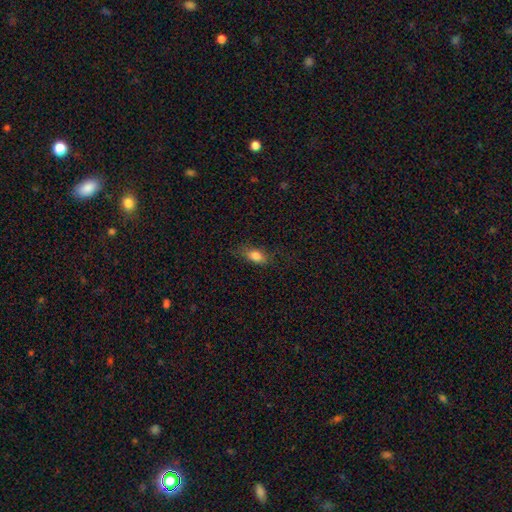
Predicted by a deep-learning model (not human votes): This appears to be a smooth galaxy with no disk features (80%) that is in between round and cigar-shaped (81%). Merging: none (75%).